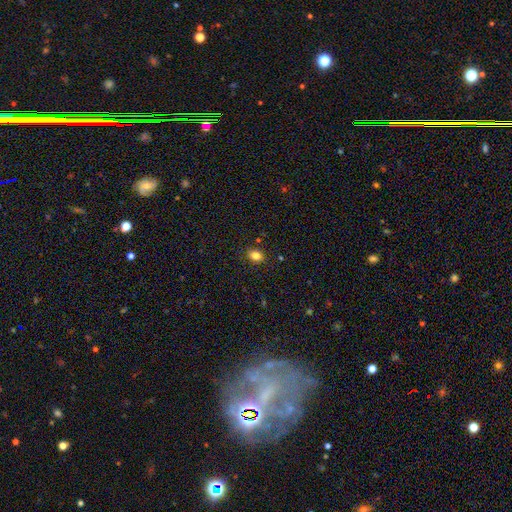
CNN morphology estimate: A smooth galaxy with no disk features (83%) that is in between round and cigar-shaped (62%). Merging: none (87%).